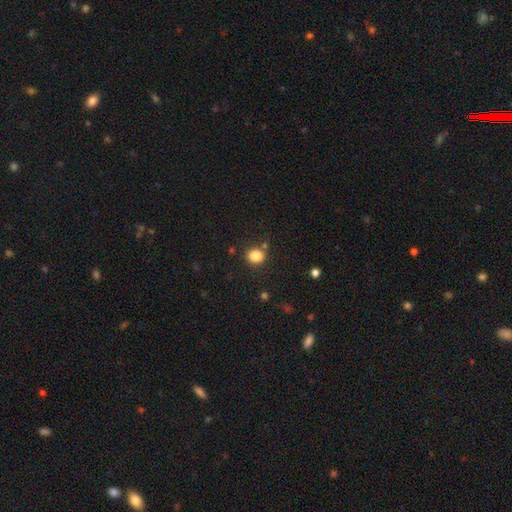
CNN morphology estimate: The model was most divided on "how rounded": round: 73%, in between: 26%, cigar-shaped: 1%. More confident: smooth or featured — smooth (84%); merging — none (81%).